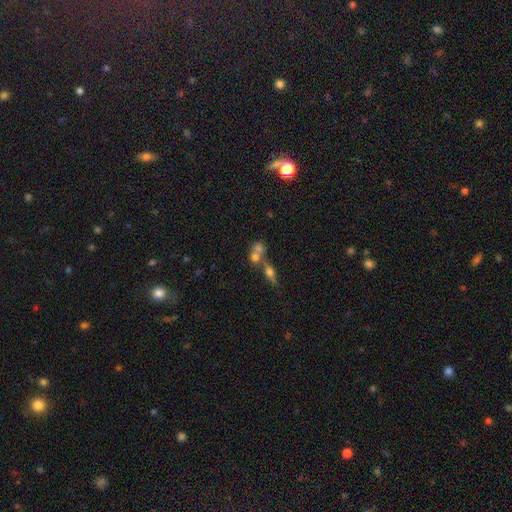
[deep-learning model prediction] This is possibly a smooth galaxy (48%). Merging: possibly merger (57%).